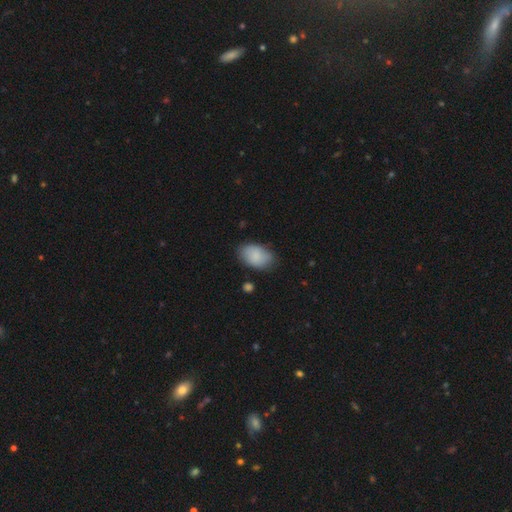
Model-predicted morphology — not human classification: This is clearly a smooth galaxy (86%). How rounded: clearly in between (91%). Merging: likely none (77%).